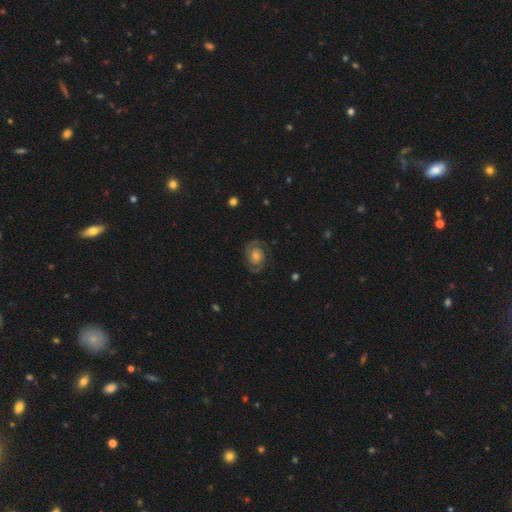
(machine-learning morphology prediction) Smooth or featured?
  - featured or disk: 84% *
  - smooth: 9%
  - star or artifact: 7%
Edge-on disk?
  - no: 98% *
  - yes: 2%
Bar?
  - no: 70% *
  - weak: 24%
  - strong: 5%
Spiral arms?
  - yes: 97% *
  - no: 3%
Spiral winding?
  - tight: 51% *
  - medium: 41%
  - loose: 8%
Spiral arm count?
  - 2: 88% *
  - can't tell: 5%
  - 3: 3%
  - 1: 2%
  - 4: 1%
  - more than 4: 1%
Bulge size?
  - moderate: 52% *
  - small: 33%
  - large: 9%
  - none: 4%
  - dominant: 2%
Merging?
  - none: 82% *
  - minor disturbance: 12%
  - major disturbance: 5%
  - merger: 1%